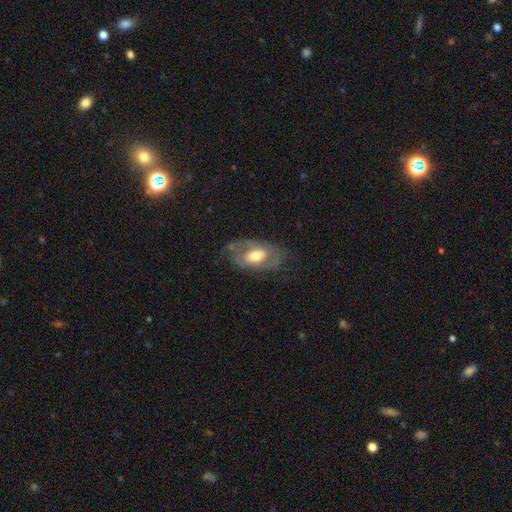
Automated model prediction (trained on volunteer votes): A featured or disk galaxy (59%) with no bar (51%), spiral arms (60%) and a moderate central bulge (63%). Merging: none (58%).